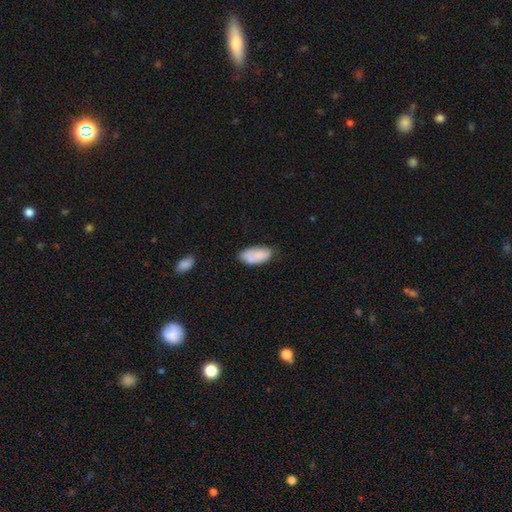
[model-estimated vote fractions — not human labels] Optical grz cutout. It shows a smooth galaxy with no disk features (80%) that is in between round and cigar-shaped (93%). Merging: none (62%).